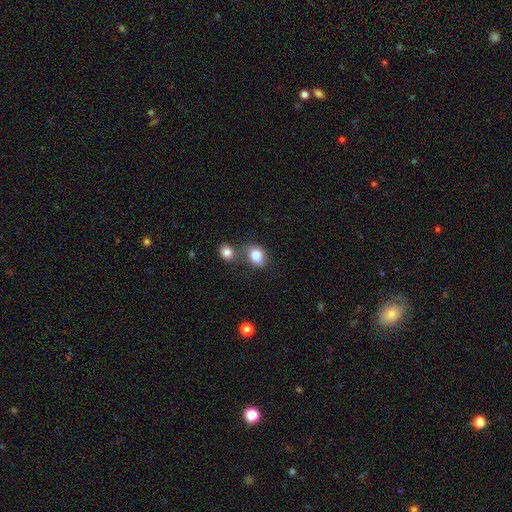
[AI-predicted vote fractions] Overall: smooth (83%). How rounded: in between (56%; round 43%). Merging: none (54%; merger 25%).